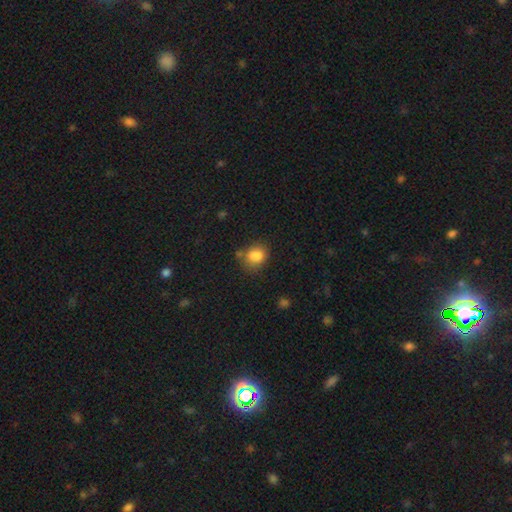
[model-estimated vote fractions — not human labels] Smooth or featured? smooth (83%)
How rounded? in between (52%)
Merging? none (60%)